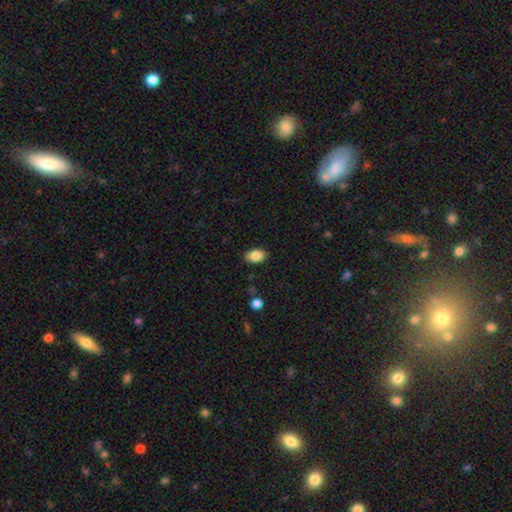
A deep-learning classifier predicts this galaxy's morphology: This appears to be a smooth galaxy with no disk features (85%) that is in between round and cigar-shaped (87%). Merging: none (87%).